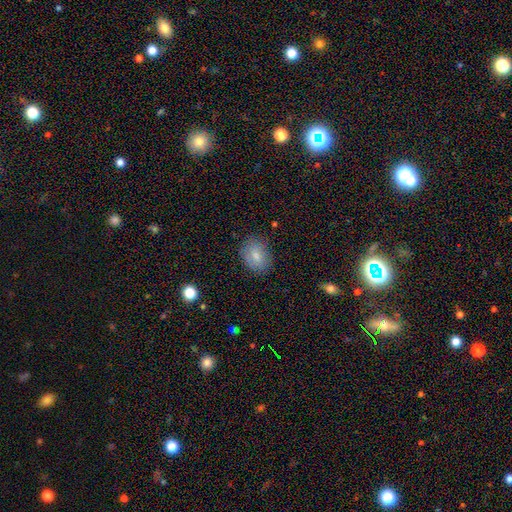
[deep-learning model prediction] A smooth galaxy with no disk features (79%) that is in between round and cigar-shaped (62%).

Vote fractions:
- Smooth or featured? smooth: 79% / featured or disk: 12% / star or artifact: 9%
- How rounded? in between: 62% / round: 37% / cigar-shaped: 1%
- Merging? none: 81% / minor disturbance: 14% / major disturbance: 4% / merger: 1%